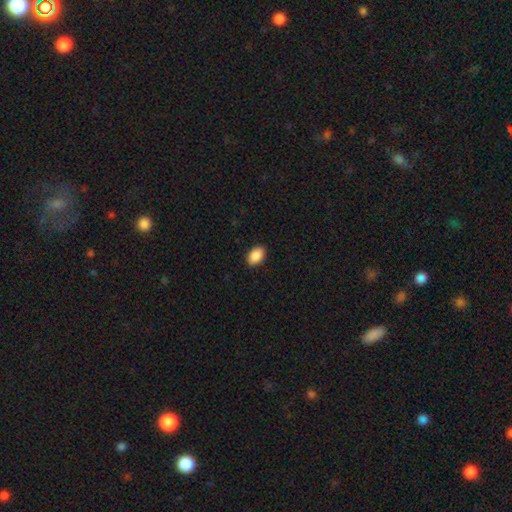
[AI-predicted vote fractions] This is clearly a smooth galaxy (89%). How rounded: clearly in between (87%). Merging: clearly none (90%).